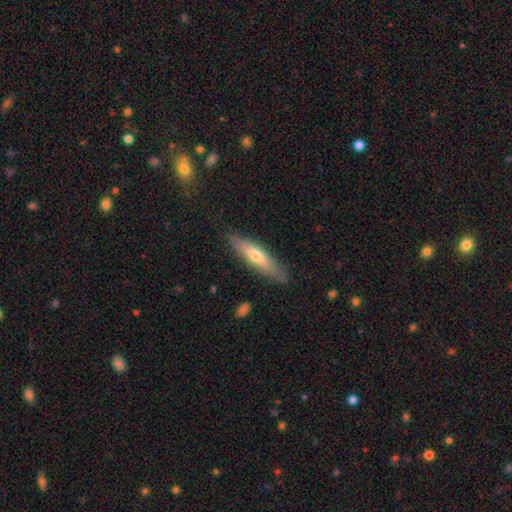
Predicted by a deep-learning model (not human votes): Smooth or featured?
  - smooth: 55% *
  - featured or disk: 39%
  - star or artifact: 6%
How rounded?
  - cigar-shaped: 77% *
  - in between: 22%
  - round: 2%
Merging?
  - none: 83% *
  - minor disturbance: 13%
  - major disturbance: 3%
  - merger: 1%